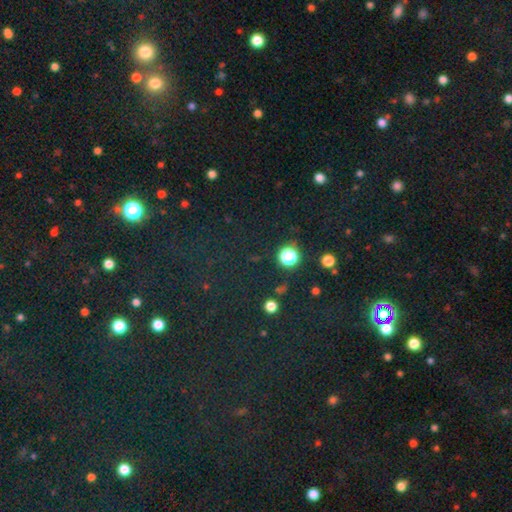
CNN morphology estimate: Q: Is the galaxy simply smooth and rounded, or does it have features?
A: star or artifact — 71%.